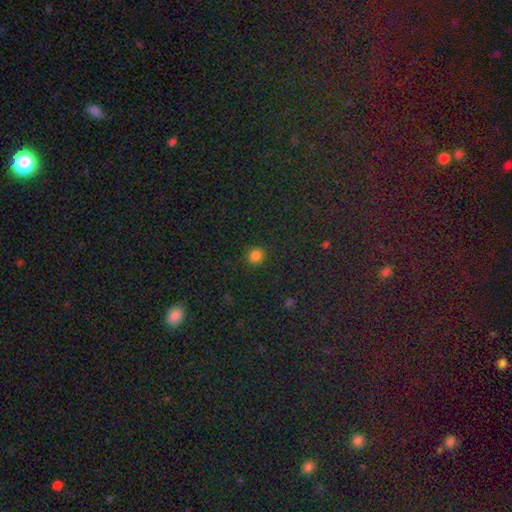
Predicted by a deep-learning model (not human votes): Smooth or featured? smooth (81%)
How rounded? round (87%)
Merging? none (88%)